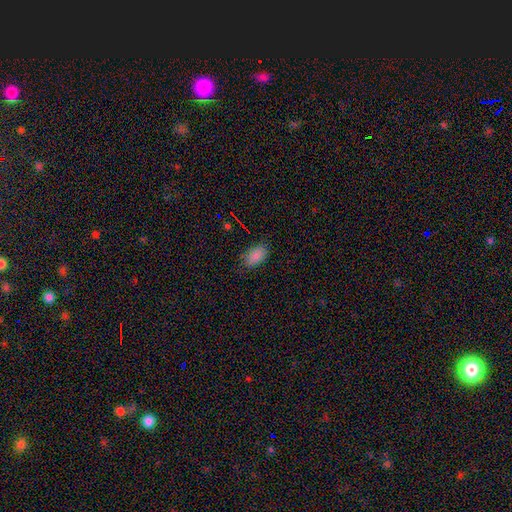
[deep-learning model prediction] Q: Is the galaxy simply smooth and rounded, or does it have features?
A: smooth — 85%.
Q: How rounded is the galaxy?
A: in between — 92%.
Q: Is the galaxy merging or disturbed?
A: none — 80%.